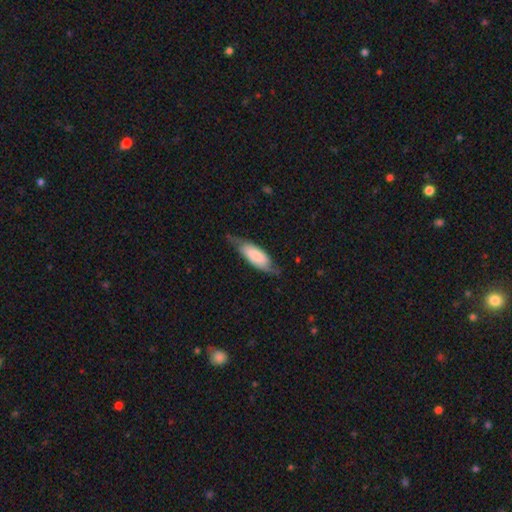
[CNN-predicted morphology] The model was most divided on "smooth or featured": smooth: 59%, featured or disk: 34%, star or artifact: 7%. More confident: how rounded — in between (71%); merging — none (58%).